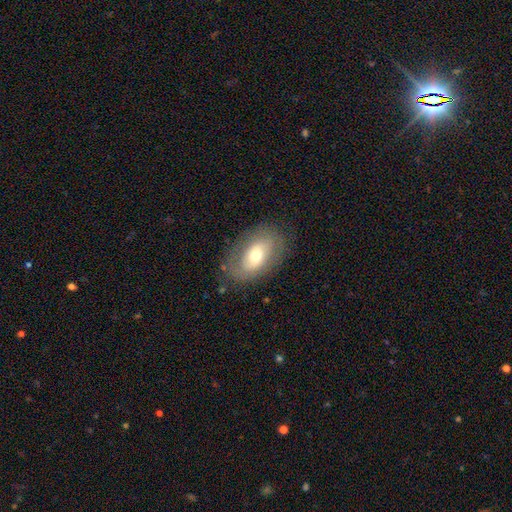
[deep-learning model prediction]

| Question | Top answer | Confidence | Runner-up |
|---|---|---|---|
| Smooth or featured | smooth | 52% | featured or disk (40%) |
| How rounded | in between | 89% | round (9%) |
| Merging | none | 77% | minor disturbance (15%) |